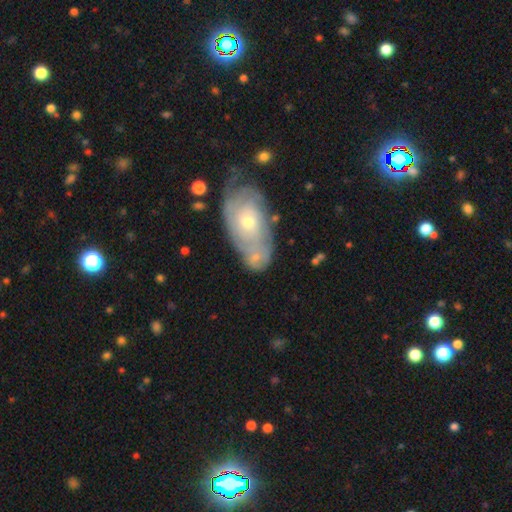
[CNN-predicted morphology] smooth-or-featured: featured or disk: 48% | smooth: 43% | star or artifact: 9%
  merging: merger: 41% | none: 35% | minor disturbance: 15% | major disturbance: 9%